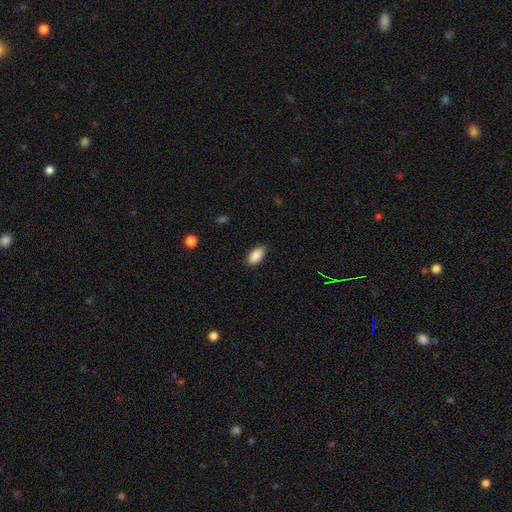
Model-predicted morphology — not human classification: Smooth or featured: smooth — 90% (star or artifact — 7%)
How rounded: in between — 92% (cigar-shaped — 6%)
Merging: none — 87% (minor disturbance — 10%)